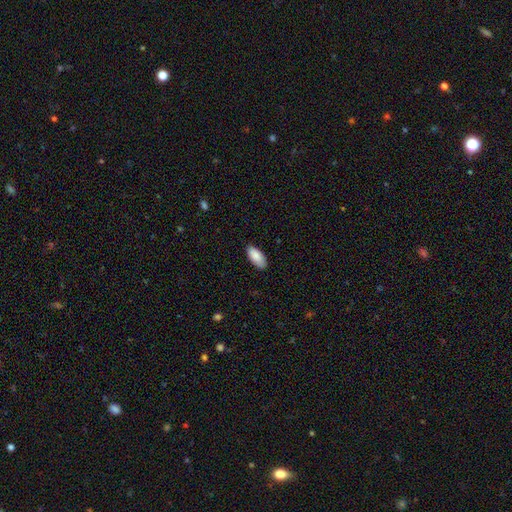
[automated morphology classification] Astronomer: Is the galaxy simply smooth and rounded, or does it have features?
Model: smooth — 88%.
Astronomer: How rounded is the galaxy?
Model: in between — 91%.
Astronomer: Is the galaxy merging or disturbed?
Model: none — 84%.